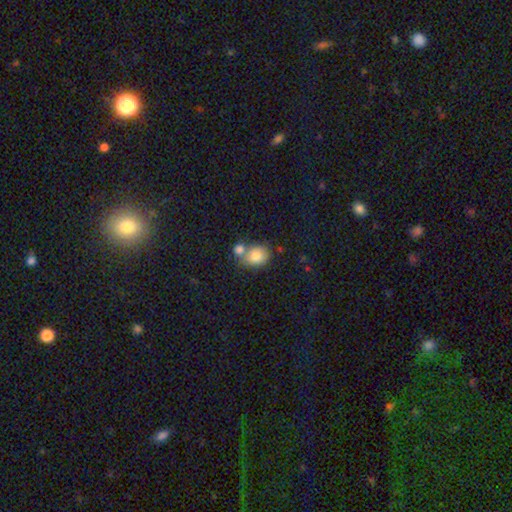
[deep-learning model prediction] Smooth or featured: smooth — 80% (featured or disk — 11%)
How rounded: round — 56% (in between — 43%)
Merging: none — 44% (merger — 41%)